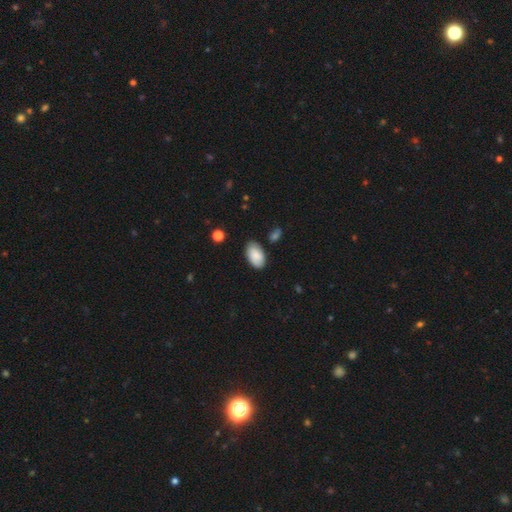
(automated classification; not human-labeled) This appears to be a smooth galaxy with no disk features (86%) that is in between round and cigar-shaped (95%). Merging: none (81%).